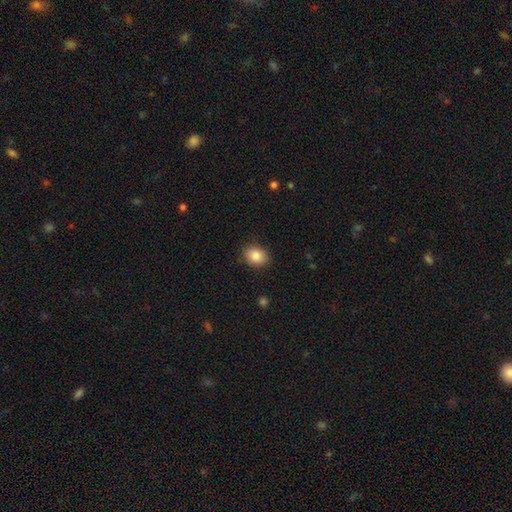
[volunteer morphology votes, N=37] Smooth or featured? 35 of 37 (95%) said smooth. How rounded? 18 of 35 (51%) said in between. Merging? 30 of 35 (86%) said none.